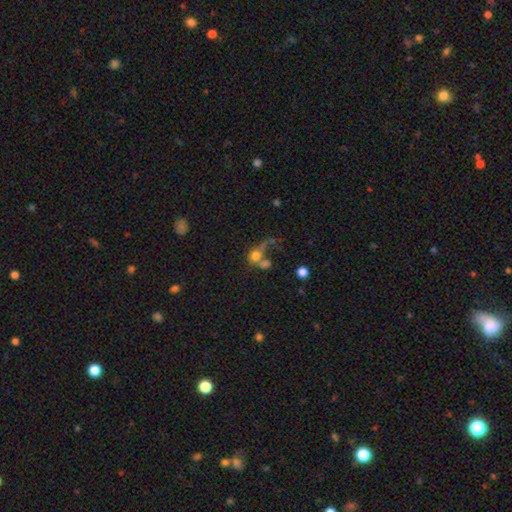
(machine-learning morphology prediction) Overall: smooth (66%). How rounded: round (64%; in between 33%). Merging: merger (44%; major disturbance 23%).